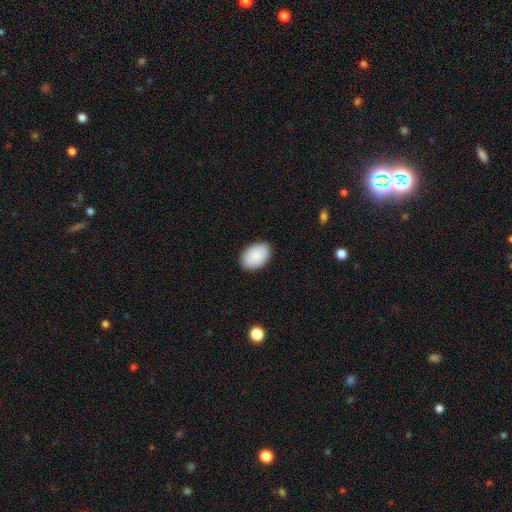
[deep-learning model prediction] Smooth or featured? Predicted: smooth (p=0.91). How rounded? Predicted: in between (p=0.89). Merging? Predicted: none (p=0.89).